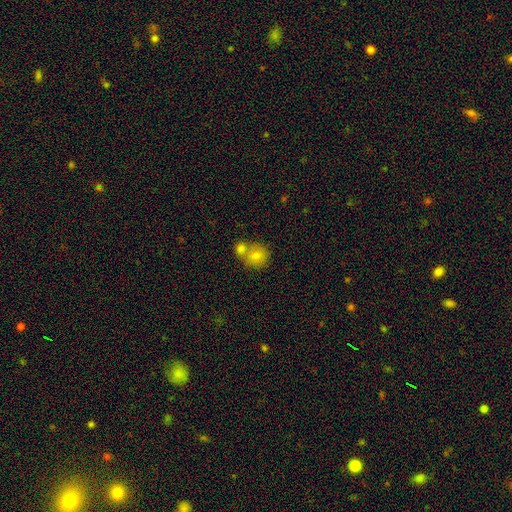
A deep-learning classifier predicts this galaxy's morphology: smooth-or-featured: smooth: 74% | featured or disk: 15% | star or artifact: 11%
  how-rounded: round: 83% | in between: 16% | cigar-shaped: 1%
  merging: merger: 47% | none: 43% | minor disturbance: 7% | major disturbance: 2%